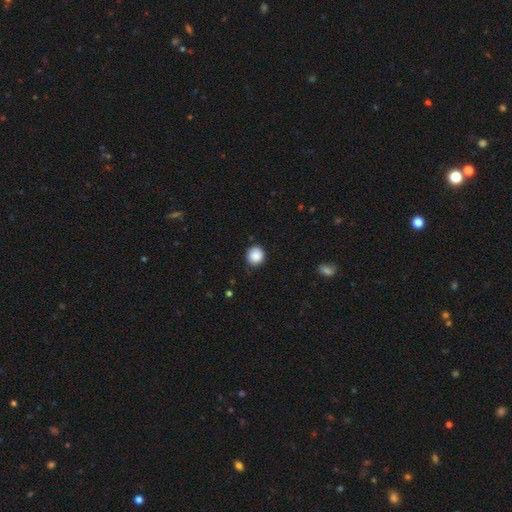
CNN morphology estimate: smooth-or-featured: smooth: 89% | star or artifact: 8% | featured or disk: 3%
  how-rounded: round: 87% | in between: 12% | cigar-shaped: 1%
  merging: none: 87% | minor disturbance: 10% | major disturbance: 2% | merger: 1%